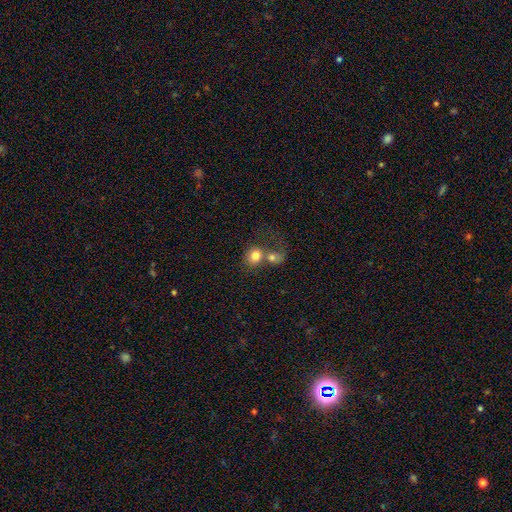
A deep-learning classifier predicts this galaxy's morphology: A smooth galaxy with no disk features (77%) that is round (67%). Merging: merger (63%).